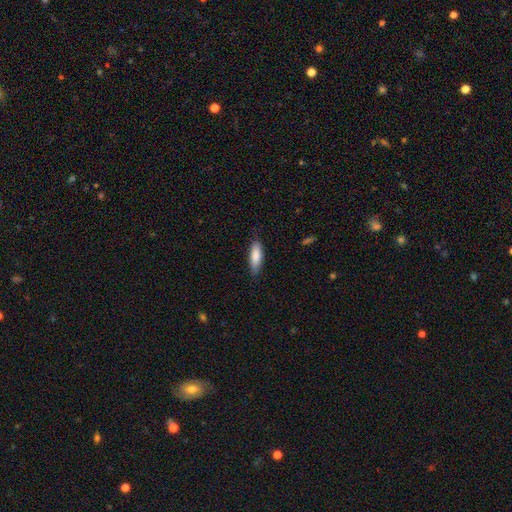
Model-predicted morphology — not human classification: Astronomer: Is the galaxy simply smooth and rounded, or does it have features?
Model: smooth — 85%.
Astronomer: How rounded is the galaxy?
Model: in between — 57% (runner-up: cigar-shaped, 42%).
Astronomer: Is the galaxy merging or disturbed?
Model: none — 81%.